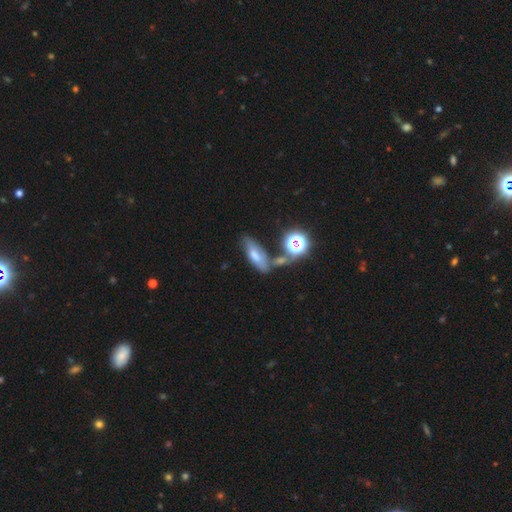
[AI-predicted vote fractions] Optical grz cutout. It shows a smooth galaxy with no disk features (42%). Merging: none (56%).